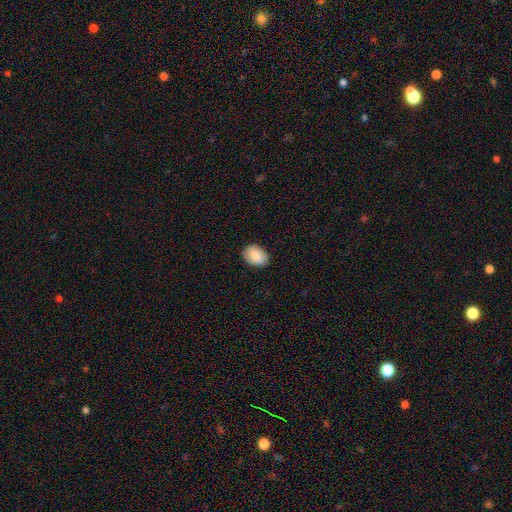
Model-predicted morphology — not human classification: smooth-or-featured: smooth: 86% | featured or disk: 8% | star or artifact: 7%
  how-rounded: in between: 81% | round: 18% | cigar-shaped: 1%
  merging: none: 85% | minor disturbance: 12% | major disturbance: 2% | merger: 1%